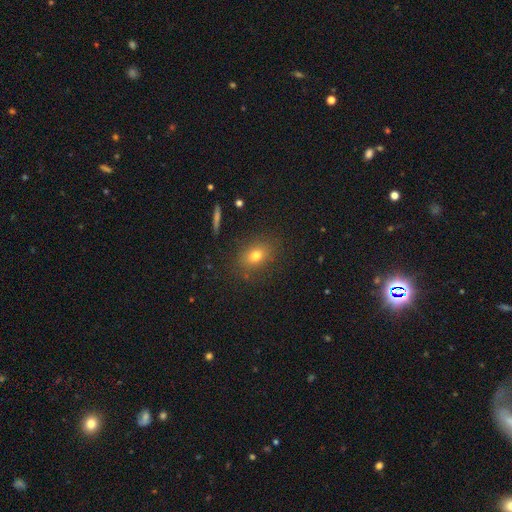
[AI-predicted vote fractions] Smooth or featured: smooth — 75% (star or artifact — 14%)
How rounded: in between — 64% (round — 34%)
Merging: none — 84% (minor disturbance — 11%)